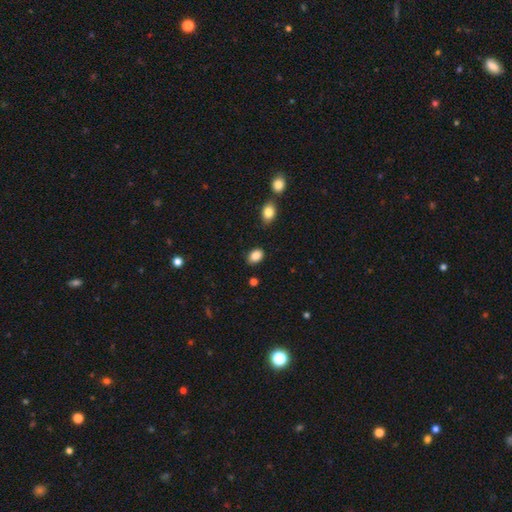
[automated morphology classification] Q: Smooth or featured?
A: smooth (87%); runner-up: star or artifact (8%)
Q: How rounded?
A: in between (79%); runner-up: round (20%)
Q: Merging?
A: none (85%); runner-up: minor disturbance (11%)